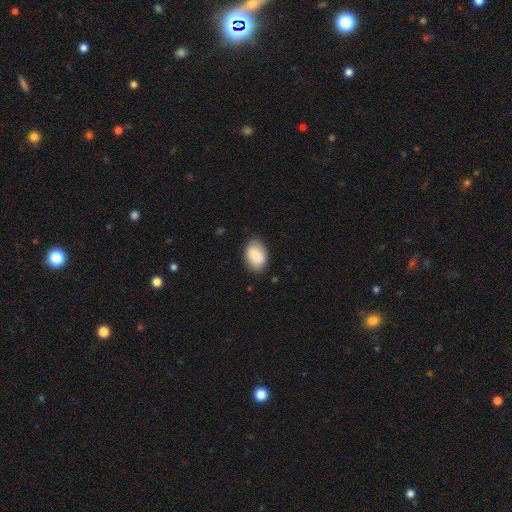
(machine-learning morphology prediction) A smooth galaxy with no disk features (82%) that is in between round and cigar-shaped (86%).

Vote fractions:
- Smooth or featured? smooth: 82% / featured or disk: 11% / star or artifact: 6%
- How rounded? in between: 86% / round: 13% / cigar-shaped: 1%
- Merging? none: 77% / minor disturbance: 18% / major disturbance: 4% / merger: 2%